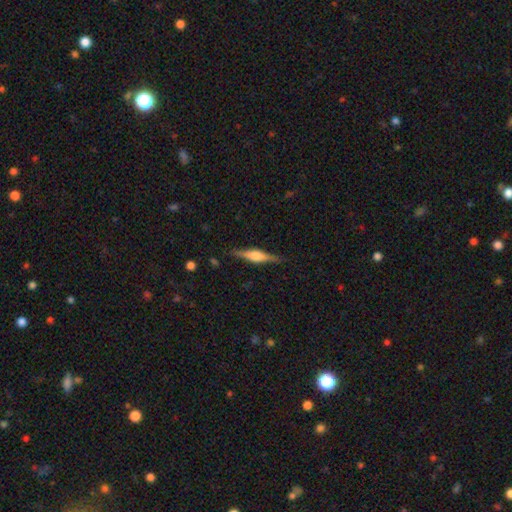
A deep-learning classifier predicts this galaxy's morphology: Q: Smooth or featured?
A: featured or disk (70%); runner-up: smooth (25%)
Q: Edge-on disk?
A: yes (97%); runner-up: no (3%)
Q: Edge-on bulge?
A: rounded (84%); runner-up: boxy (12%)
Q: Merging?
A: none (88%); runner-up: minor disturbance (9%)